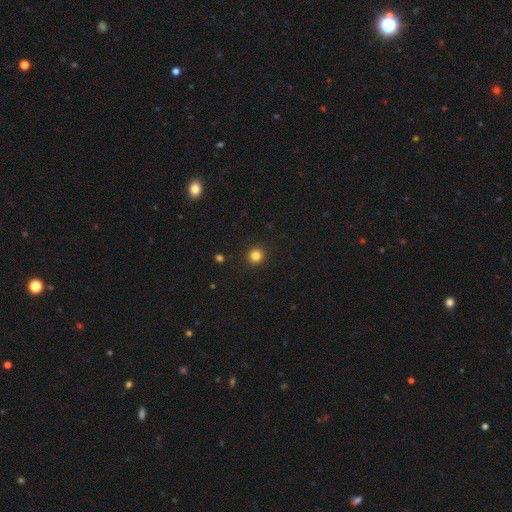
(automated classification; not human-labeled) This appears to be a smooth galaxy with no disk features (82%) that is round (94%). Merging: none (93%).